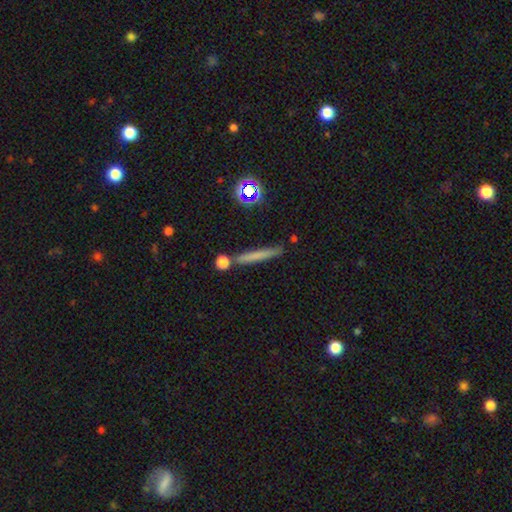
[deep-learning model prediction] smooth-or-featured: smooth: 65% | featured or disk: 24% | star or artifact: 12%
  how-rounded: cigar-shaped: 93% | in between: 4% | round: 3%
  merging: none: 80% | minor disturbance: 10% | merger: 7% | major disturbance: 3%